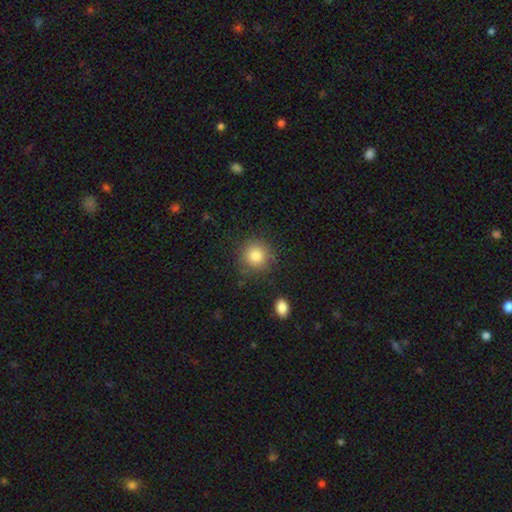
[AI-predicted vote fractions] smooth_or_featured: smooth (p=0.83) [alt: star or artifact p=0.10]
how_rounded: round (p=0.92) [alt: in between p=0.07]
merging: none (p=0.85) [alt: minor disturbance p=0.10]